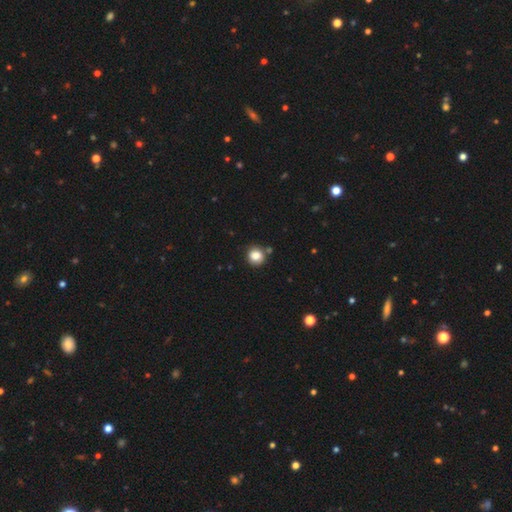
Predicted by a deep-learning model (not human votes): smooth 85%, star or artifact 10%, featured or disk 5%. Down the decision tree: how rounded — round (91%); merging — none (81%).